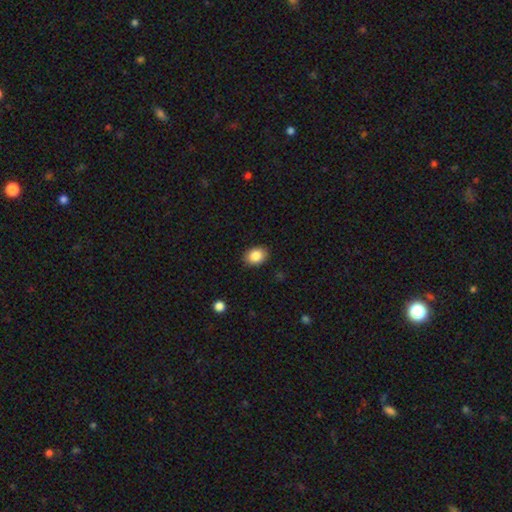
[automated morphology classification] smooth-or-featured: smooth: 86% | star or artifact: 9% | featured or disk: 6%
  how-rounded: in between: 63% | round: 36% | cigar-shaped: 1%
  merging: none: 88% | minor disturbance: 9% | major disturbance: 2% | merger: 1%